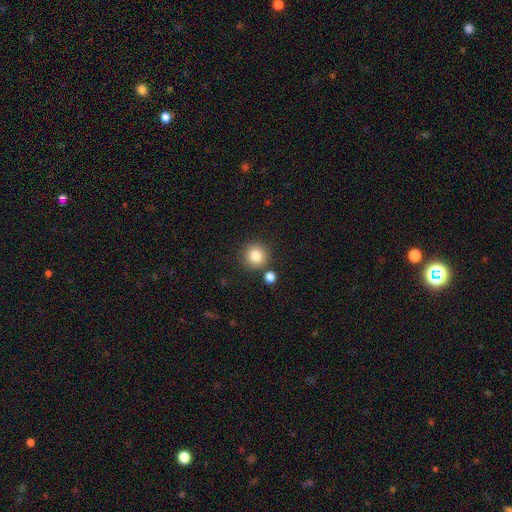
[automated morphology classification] Q: Smooth or featured?
A: smooth (84%); runner-up: star or artifact (10%)
Q: How rounded?
A: round (93%); runner-up: in between (6%)
Q: Merging?
A: none (81%); runner-up: merger (8%)